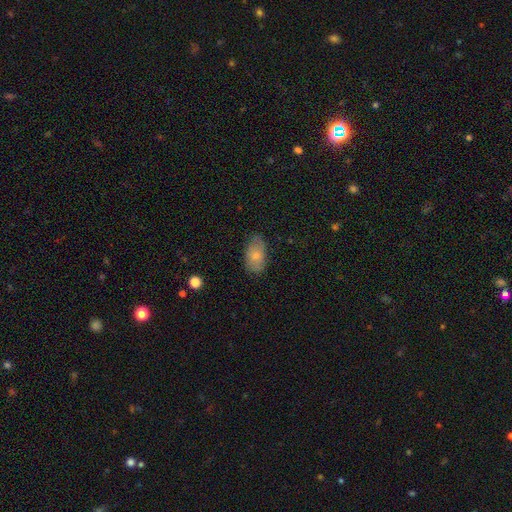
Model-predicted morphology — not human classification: A smooth galaxy with no disk features (77%) that is in between round and cigar-shaped (93%). Merging: none (74%).